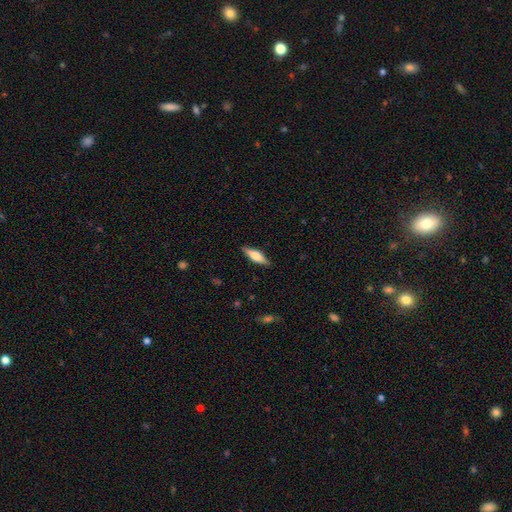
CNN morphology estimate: This is possibly a smooth galaxy (55%). How rounded: likely cigar-shaped (60%). Merging: clearly none (88%).